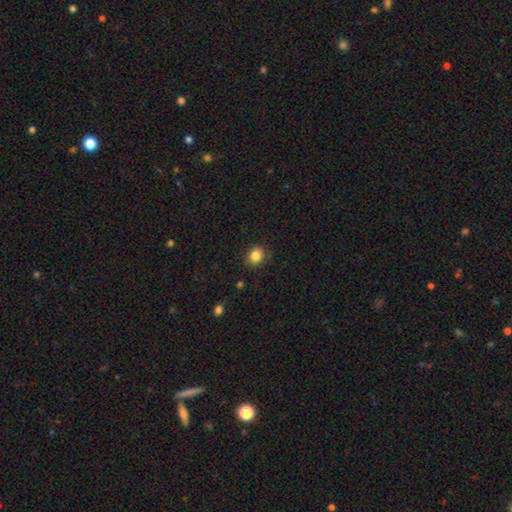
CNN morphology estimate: Smooth or featured?
  - smooth: 84% *
  - star or artifact: 10%
  - featured or disk: 5%
How rounded?
  - round: 63% *
  - in between: 36%
  - cigar-shaped: 1%
Merging?
  - none: 83% *
  - minor disturbance: 12%
  - major disturbance: 3%
  - merger: 1%